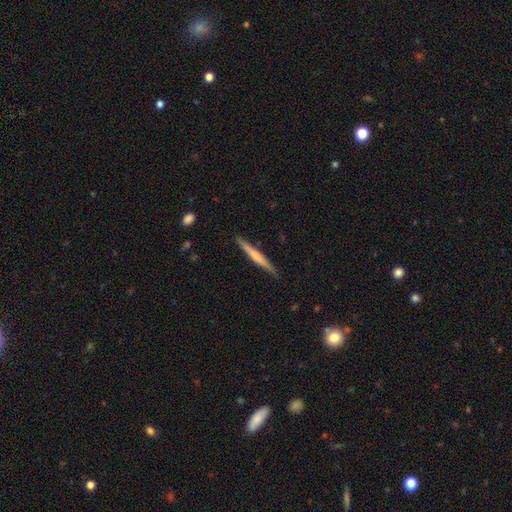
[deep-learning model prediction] Overall: featured or disk (49%; smooth 46%). Merging: none (88%).